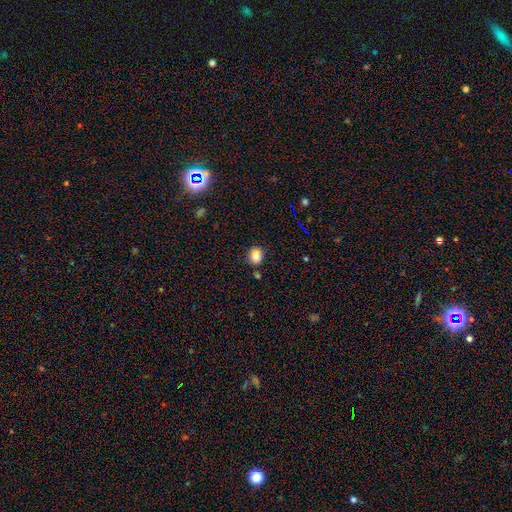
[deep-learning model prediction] A smooth galaxy with no disk features (80%) that is round (68%). Merging: none (76%).